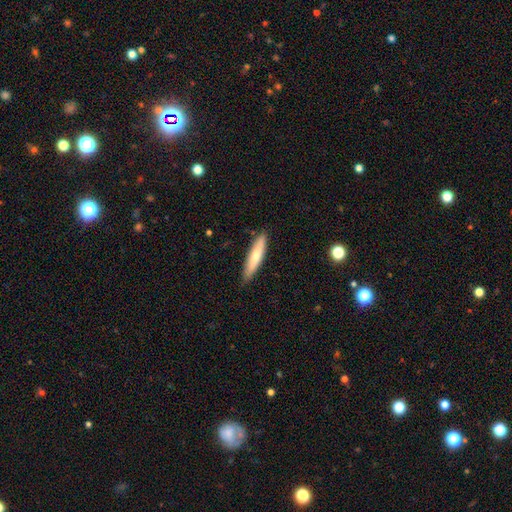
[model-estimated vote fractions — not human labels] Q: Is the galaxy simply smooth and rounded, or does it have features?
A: smooth — 68%.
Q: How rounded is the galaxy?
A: cigar-shaped — 85%.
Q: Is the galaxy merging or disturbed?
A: none — 87%.